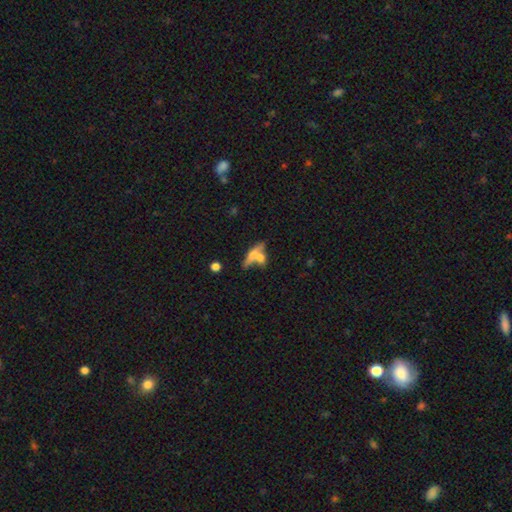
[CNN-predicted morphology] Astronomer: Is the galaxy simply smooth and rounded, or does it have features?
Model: smooth — 53% (runner-up: featured or disk, 39%).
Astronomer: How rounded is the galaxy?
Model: cigar-shaped — 64%.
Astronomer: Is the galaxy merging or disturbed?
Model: none — 43% (runner-up: merger, 41%).